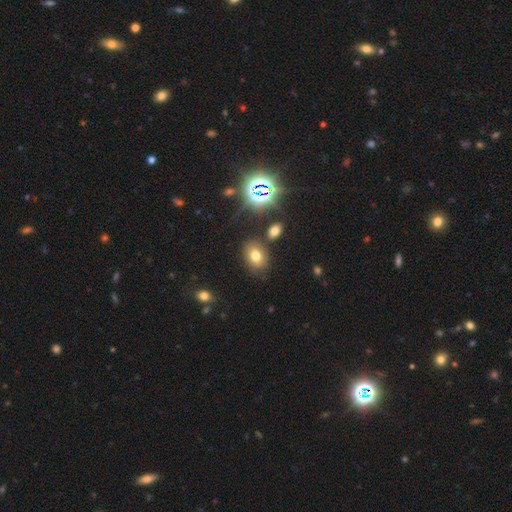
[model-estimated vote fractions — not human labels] smooth-or-featured: smooth: 67% | star or artifact: 21% | featured or disk: 12%
  how-rounded: in between: 67% | round: 31% | cigar-shaped: 1%
  merging: none: 75% | minor disturbance: 12% | merger: 8% | major disturbance: 5%